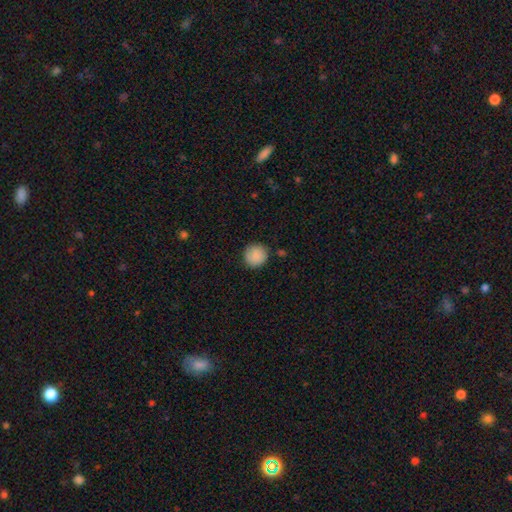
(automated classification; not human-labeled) A smooth galaxy with no disk features (87%) that is round (92%).

Vote fractions:
- Smooth or featured? smooth: 87% / star or artifact: 7% / featured or disk: 6%
- How rounded? round: 92% / in between: 7% / cigar-shaped: 1%
- Merging? none: 84% / minor disturbance: 11% / major disturbance: 3% / merger: 2%